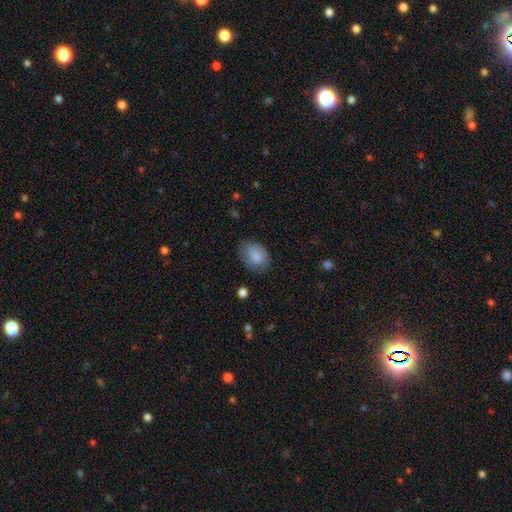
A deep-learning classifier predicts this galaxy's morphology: The model was most divided on "merging": none: 68%, minor disturbance: 24%, major disturbance: 7%, merger: 1%. More confident: smooth or featured — smooth (80%); how rounded — in between (73%).